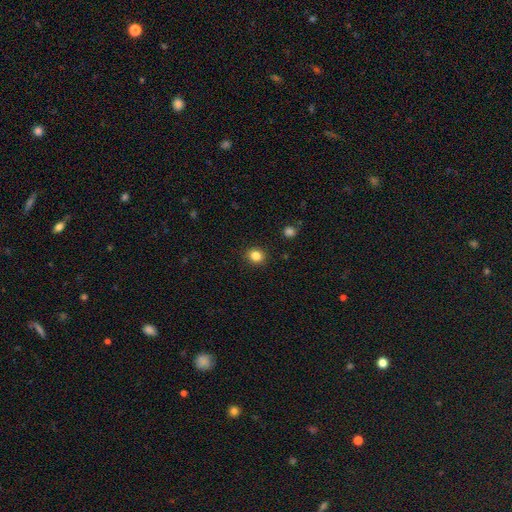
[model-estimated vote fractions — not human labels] A smooth galaxy with no disk features (84%) that is round (79%).

Vote fractions:
- Smooth or featured? smooth: 84% / star or artifact: 11% / featured or disk: 5%
- How rounded? round: 79% / in between: 20% / cigar-shaped: 1%
- Merging? none: 91% / minor disturbance: 6% / major disturbance: 2% / merger: 1%